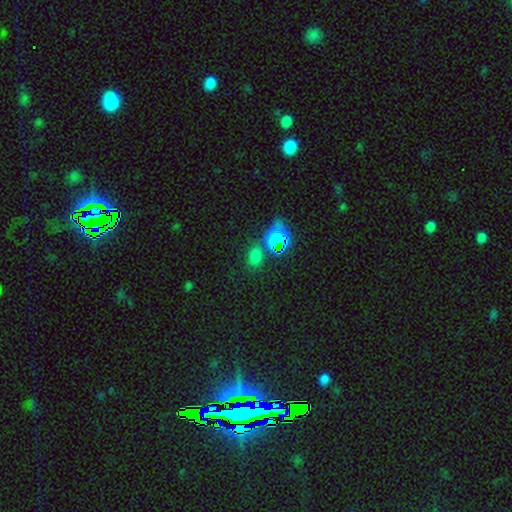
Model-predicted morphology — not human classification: Smooth or featured?
  - smooth: 59% *
  - star or artifact: 35%
  - featured or disk: 6%
How rounded?
  - in between: 64% *
  - round: 34%
  - cigar-shaped: 2%
Merging?
  - none: 71% *
  - minor disturbance: 13%
  - merger: 10%
  - major disturbance: 6%